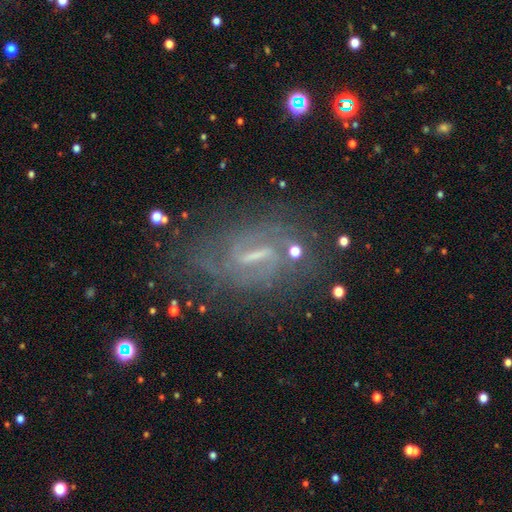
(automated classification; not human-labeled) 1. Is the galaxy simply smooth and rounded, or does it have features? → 75% featured or disk, 12% smooth, 12% star or artifact.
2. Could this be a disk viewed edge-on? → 85% no, 15% yes.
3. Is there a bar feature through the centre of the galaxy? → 56% strong, 33% weak, 11% no.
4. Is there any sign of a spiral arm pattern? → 76% yes, 24% no.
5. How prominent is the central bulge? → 38% small, 36% none, 22% moderate, 3% large, 1% dominant.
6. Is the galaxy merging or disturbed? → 66% none, 18% minor disturbance, 12% major disturbance, 4% merger.